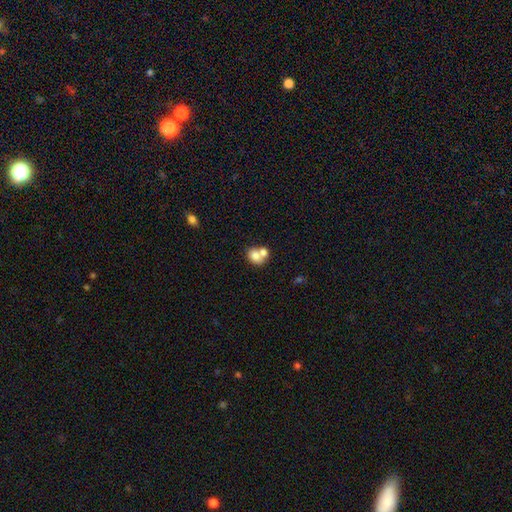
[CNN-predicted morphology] Q: Smooth or featured?
A: smooth (74%); runner-up: featured or disk (16%)
Q: How rounded?
A: round (50%); runner-up: in between (49%)
Q: Merging?
A: merger (55%); runner-up: none (32%)